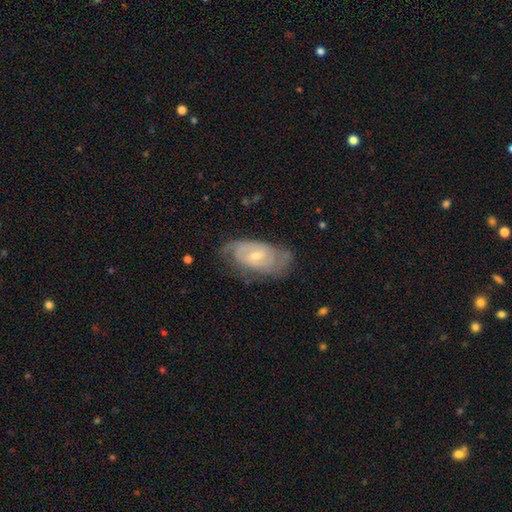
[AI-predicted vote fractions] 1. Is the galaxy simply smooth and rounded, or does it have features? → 81% featured or disk, 14% smooth, 6% star or artifact.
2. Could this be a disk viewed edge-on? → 95% no, 5% yes.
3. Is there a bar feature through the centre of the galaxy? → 49% weak, 39% no, 11% strong.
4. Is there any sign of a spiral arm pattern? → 92% yes, 8% no.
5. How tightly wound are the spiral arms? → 58% tight, 34% medium, 9% loose.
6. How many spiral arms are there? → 50% 2, 30% can't tell, 10% 3, 4% 1, 4% 4, 3% more than 4.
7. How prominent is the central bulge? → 62% small, 34% moderate, 2% none, 1% large, 1% dominant.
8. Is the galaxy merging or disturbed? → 68% none, 22% minor disturbance, 8% major disturbance, 2% merger.